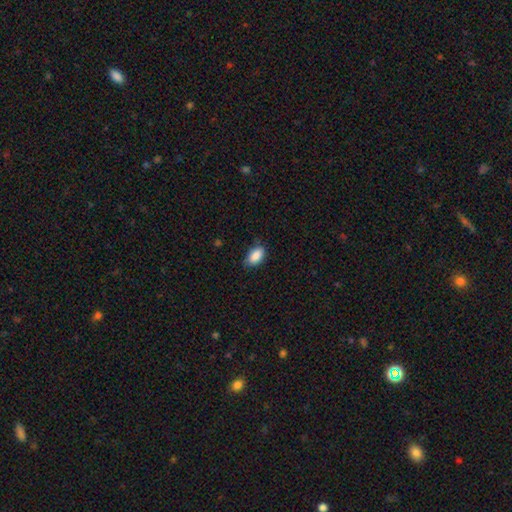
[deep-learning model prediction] Smooth or featured?
  - smooth: 88% *
  - star or artifact: 7%
  - featured or disk: 5%
How rounded?
  - in between: 92% *
  - round: 5%
  - cigar-shaped: 3%
Merging?
  - none: 74% *
  - minor disturbance: 22%
  - major disturbance: 3%
  - merger: 1%